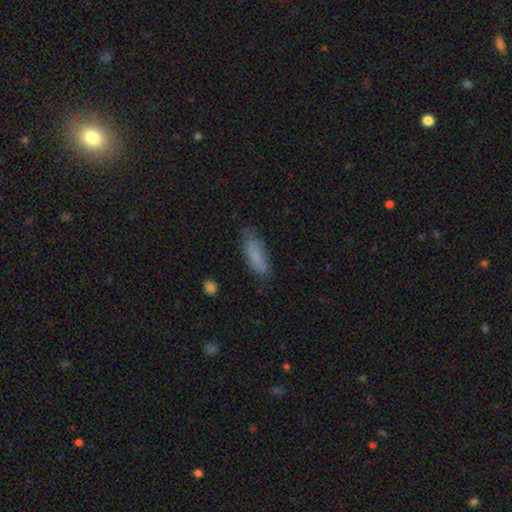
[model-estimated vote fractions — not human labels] Q: Smooth or featured?
A: smooth (82%); runner-up: featured or disk (10%)
Q: How rounded?
A: in between (56%); runner-up: cigar-shaped (42%)
Q: Merging?
A: none (74%); runner-up: minor disturbance (20%)